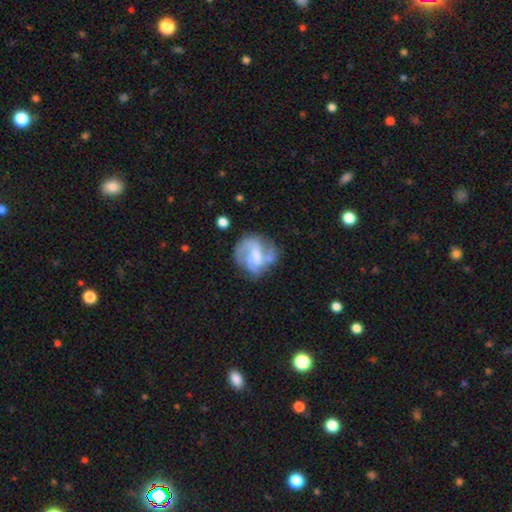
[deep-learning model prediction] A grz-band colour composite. It shows a featured or disk galaxy (70%) with a weak bar (47%), 2 (38%) medium (45%) spiral arms (82%) and a moderate central bulge (43%). Merging: none (51%).